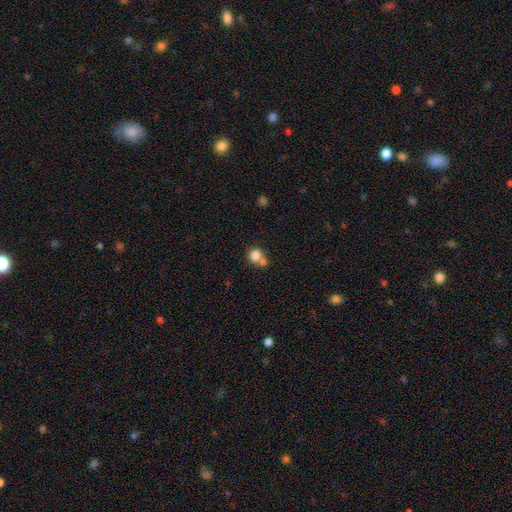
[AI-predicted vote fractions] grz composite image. It shows a smooth galaxy with no disk features (81%) that is round (84%). Merging: none (46%).